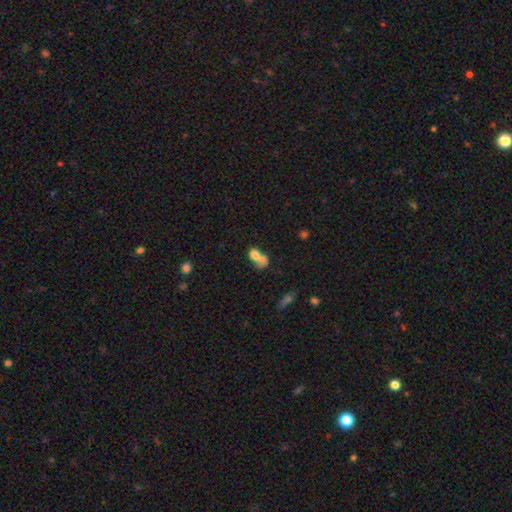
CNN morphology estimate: A smooth galaxy with no disk features (72%) that is in between round and cigar-shaped (61%). Merging: merger (72%).